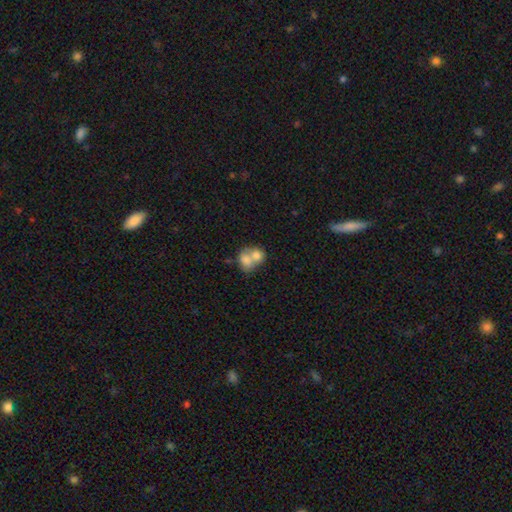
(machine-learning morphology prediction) A smooth galaxy with no disk features (75%) that is in between round and cigar-shaped (51%). Merging: merger (72%).